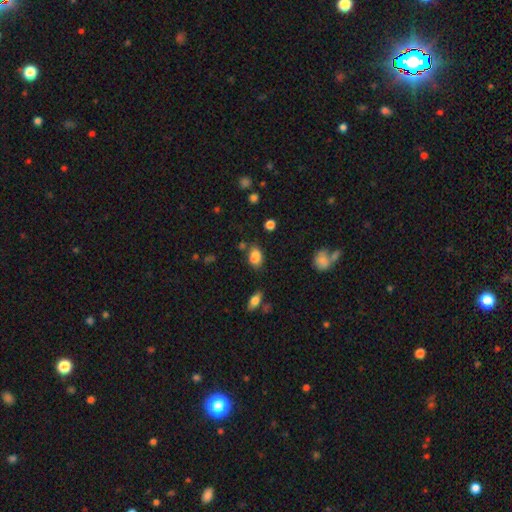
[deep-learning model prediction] A smooth galaxy with no disk features (84%) that is in between round and cigar-shaped (83%).

Vote fractions:
- Smooth or featured? smooth: 84% / star or artifact: 10% / featured or disk: 6%
- How rounded? in between: 83% / round: 16% / cigar-shaped: 2%
- Merging? none: 66% / minor disturbance: 20% / merger: 8% / major disturbance: 6%